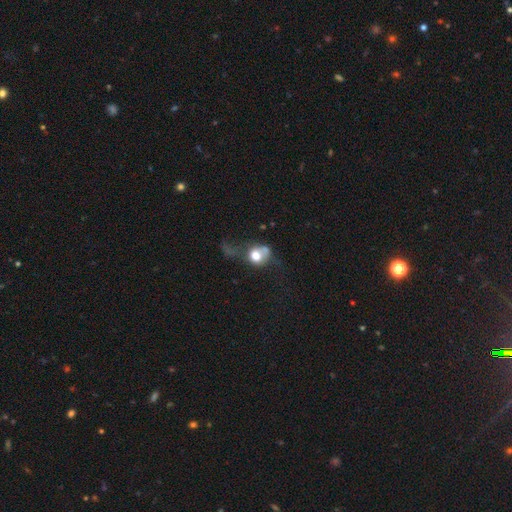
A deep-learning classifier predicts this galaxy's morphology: Smooth or featured? Predicted: smooth (p=0.64). How rounded? Predicted: round (p=0.62). Merging? Predicted: major disturbance (p=0.44).